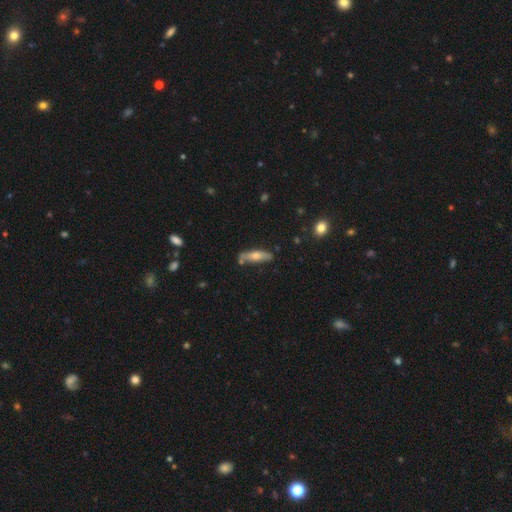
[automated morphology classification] Smooth or featured? Predicted: smooth (p=0.52). How rounded? Predicted: cigar-shaped (p=0.67). Merging? Predicted: none (p=0.75).